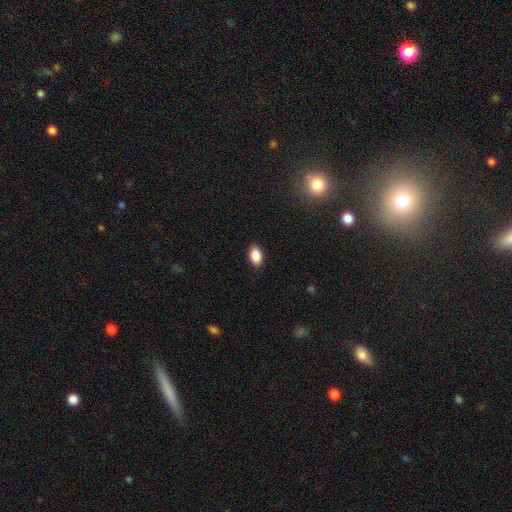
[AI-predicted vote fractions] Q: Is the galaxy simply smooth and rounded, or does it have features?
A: smooth — 89%.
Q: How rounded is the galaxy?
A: in between — 92%.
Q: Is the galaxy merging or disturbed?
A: none — 89%.